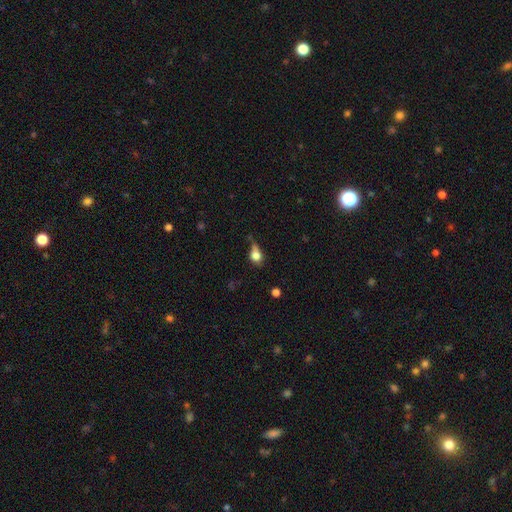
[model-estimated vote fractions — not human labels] smooth-or-featured: smooth: 75% | featured or disk: 14% | star or artifact: 11%
  how-rounded: in between: 51% | round: 46% | cigar-shaped: 4%
  merging: minor disturbance: 35% | none: 32% | major disturbance: 26% | merger: 7%